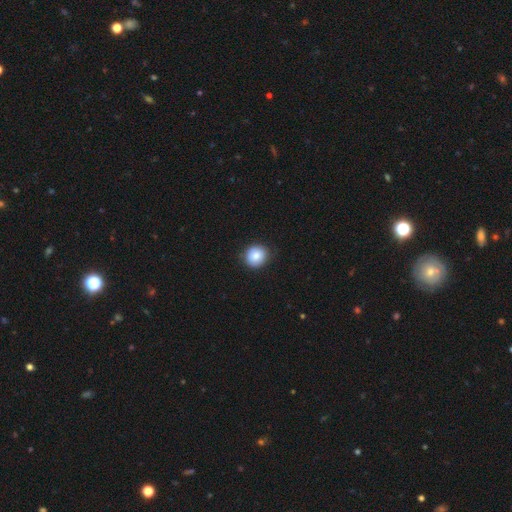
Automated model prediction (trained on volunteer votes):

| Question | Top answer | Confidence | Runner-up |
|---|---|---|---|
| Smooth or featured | smooth | 84% | star or artifact (8%) |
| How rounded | round | 88% | in between (11%) |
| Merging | none | 87% | minor disturbance (10%) |